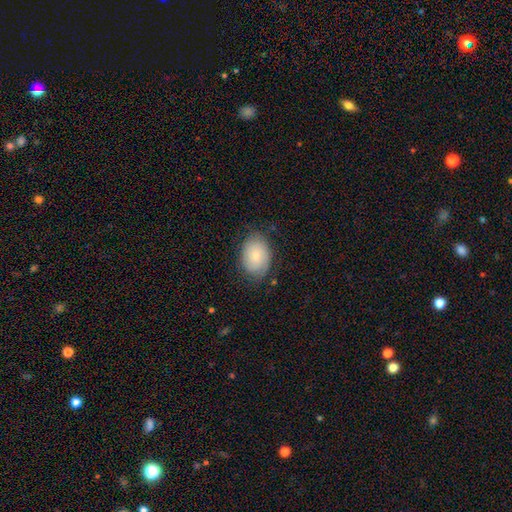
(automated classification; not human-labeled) smooth_or_featured: smooth (p=0.71) [alt: featured or disk p=0.22]
how_rounded: in between (p=0.74) [alt: round p=0.25]
merging: none (p=0.72) [alt: minor disturbance p=0.21]